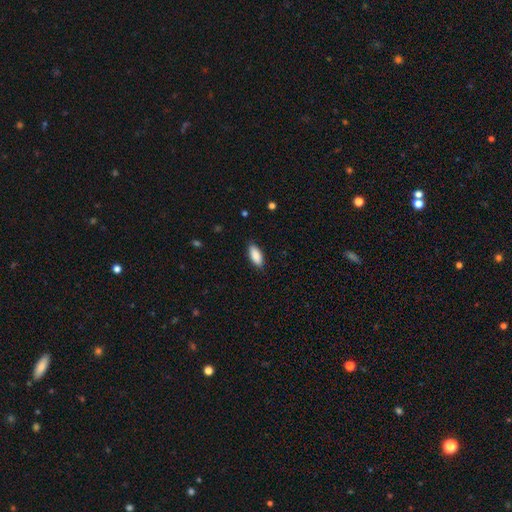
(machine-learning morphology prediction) This appears to be a smooth galaxy with no disk features (89%) that is in between round and cigar-shaped (82%). Merging: none (87%).